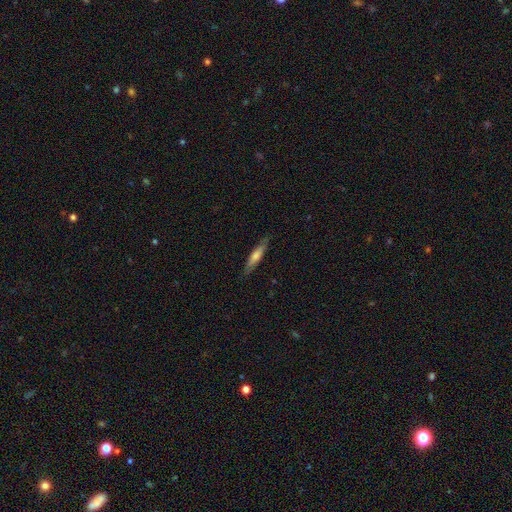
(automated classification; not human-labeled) Smooth or featured: smooth — 51% (featured or disk — 42%)
How rounded: cigar-shaped — 88% (in between — 11%)
Merging: none — 87% (minor disturbance — 10%)